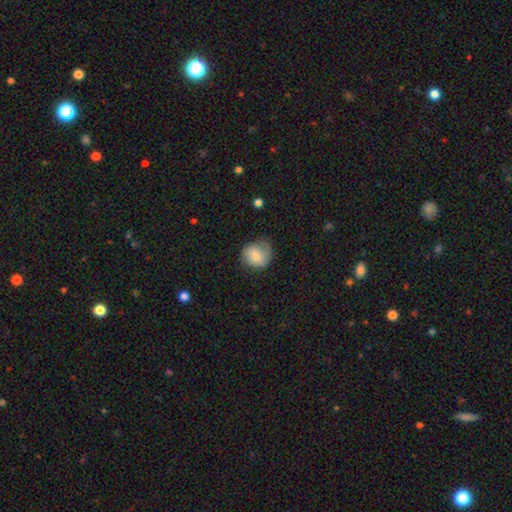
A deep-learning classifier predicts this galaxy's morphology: This is likely a smooth galaxy (63%). How rounded: likely round (79%). Merging: possibly none (56%).